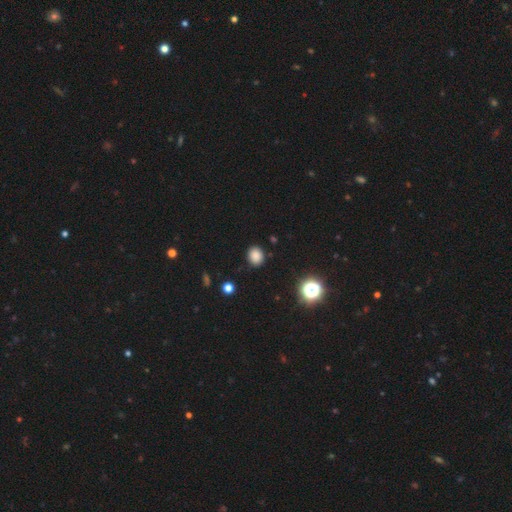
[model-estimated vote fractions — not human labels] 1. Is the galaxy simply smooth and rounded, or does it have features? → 82% smooth, 14% star or artifact, 4% featured or disk.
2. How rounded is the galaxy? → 60% round, 38% in between, 1% cigar-shaped.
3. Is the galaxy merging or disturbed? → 86% none, 10% minor disturbance, 3% major disturbance, 1% merger.